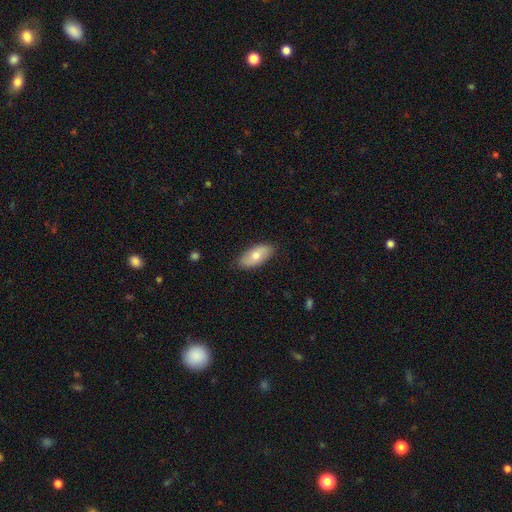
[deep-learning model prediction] A smooth galaxy with no disk features (68%) that is in between round and cigar-shaped (90%).

Vote fractions:
- Smooth or featured? smooth: 68% / featured or disk: 26% / star or artifact: 6%
- How rounded? in between: 90% / cigar-shaped: 7% / round: 3%
- Merging? none: 85% / minor disturbance: 12% / major disturbance: 2% / merger: 1%